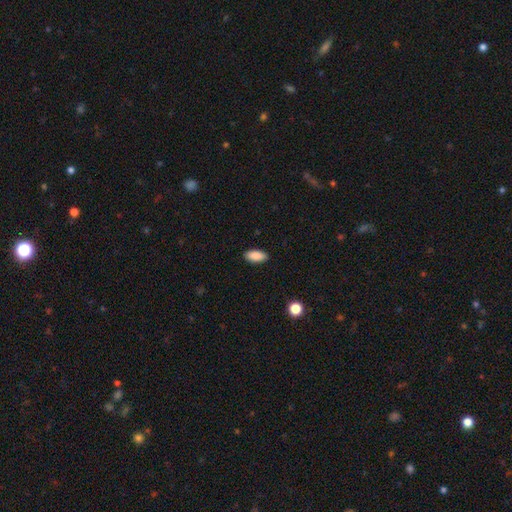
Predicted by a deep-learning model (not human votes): Overall: smooth (89%). How rounded: in between (91%). Merging: none (89%).